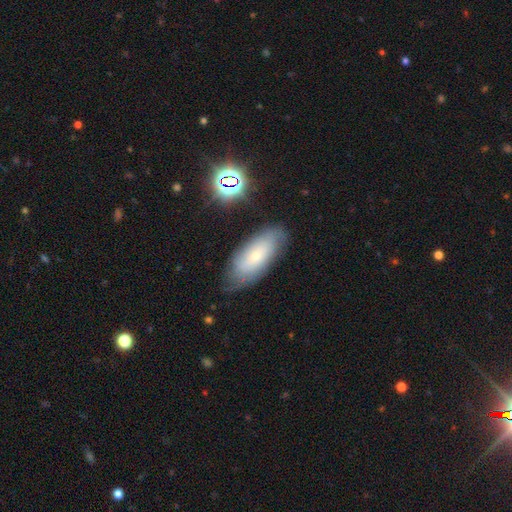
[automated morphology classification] Q: Smooth or featured?
A: smooth (50%); runner-up: featured or disk (39%)
Q: How rounded?
A: in between (82%); runner-up: cigar-shaped (15%)
Q: Merging?
A: none (73%); runner-up: minor disturbance (20%)